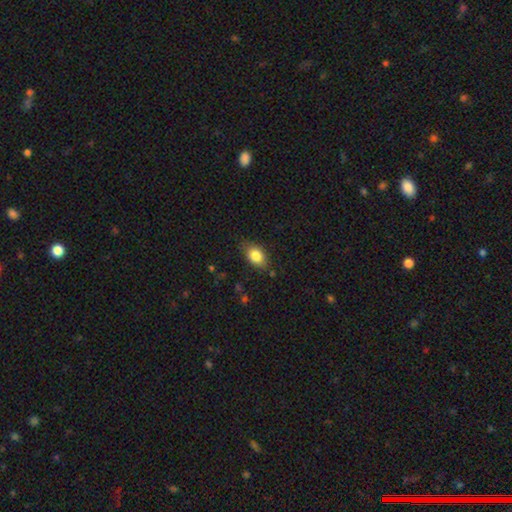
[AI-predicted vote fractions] Smooth or featured? smooth (83%)
How rounded? in between (83%)
Merging? none (78%)